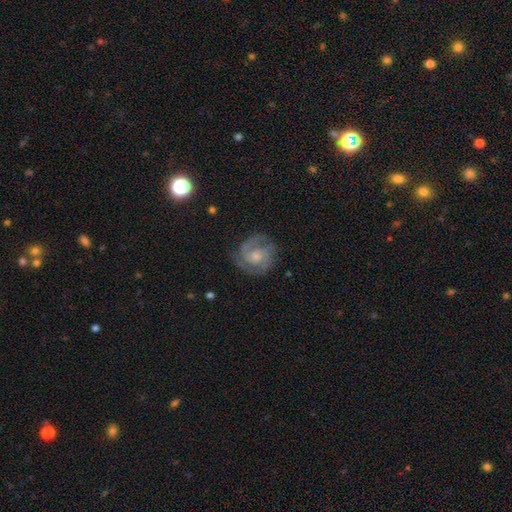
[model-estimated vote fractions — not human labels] Morphology: type=featured or disk (78%); edge-on=no (98%); bar=no (64%); spiral arms=yes (94%); winding=tight (47%); arm count=2 (54%); bulge=moderate (47%); merging=none (76%).